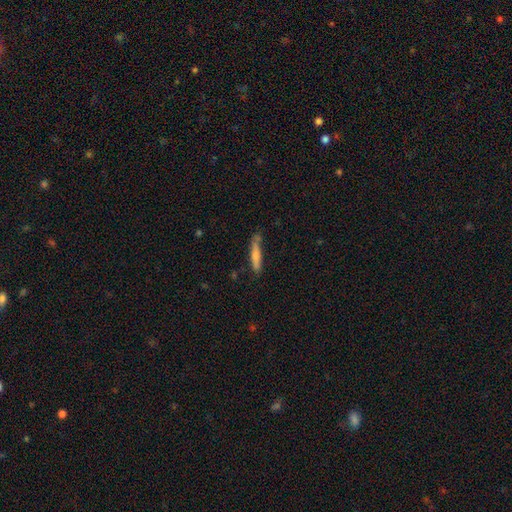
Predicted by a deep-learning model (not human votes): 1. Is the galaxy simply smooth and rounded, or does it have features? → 67% smooth, 27% featured or disk, 6% star or artifact.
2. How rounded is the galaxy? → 88% cigar-shaped, 10% in between, 2% round.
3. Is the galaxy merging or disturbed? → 68% none, 21% minor disturbance, 6% merger, 5% major disturbance.